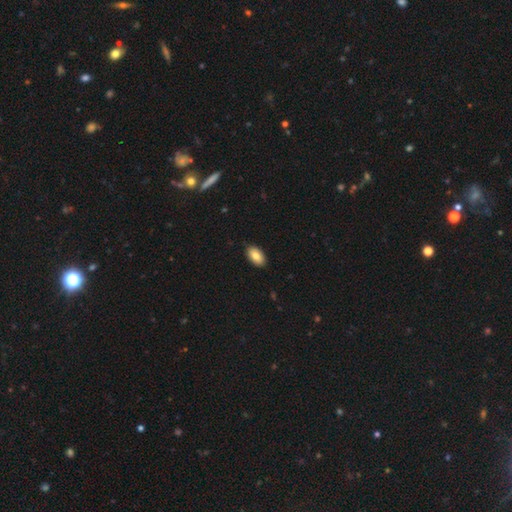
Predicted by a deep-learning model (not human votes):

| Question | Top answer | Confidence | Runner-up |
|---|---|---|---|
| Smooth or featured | smooth | 83% | featured or disk (10%) |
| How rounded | in between | 94% | round (4%) |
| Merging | none | 89% | minor disturbance (9%) |